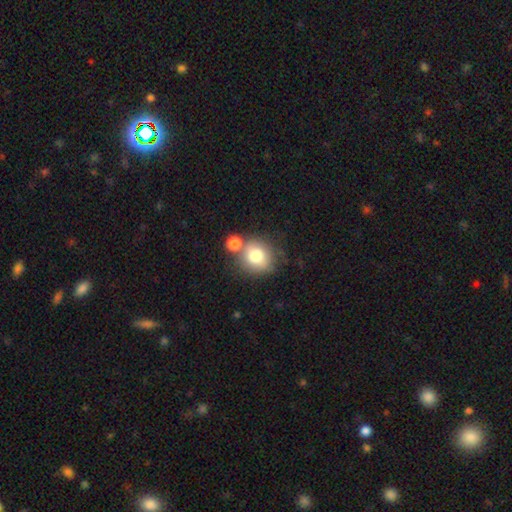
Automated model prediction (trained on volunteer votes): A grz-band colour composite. It shows a smooth galaxy with no disk features (76%) that is round (78%). Merging: none (53%).